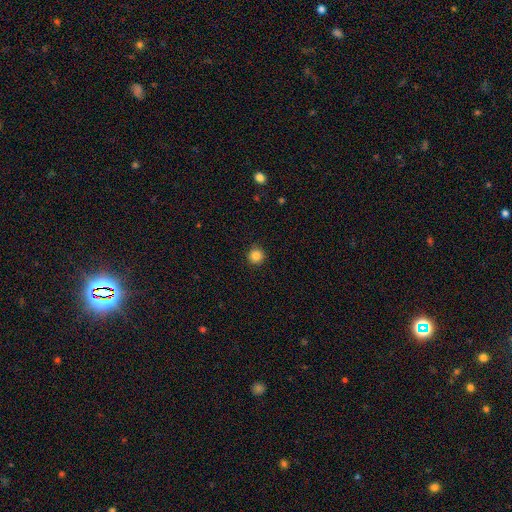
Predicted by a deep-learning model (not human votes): This appears to be a smooth galaxy with no disk features (85%) that is round (95%). Merging: none (92%).